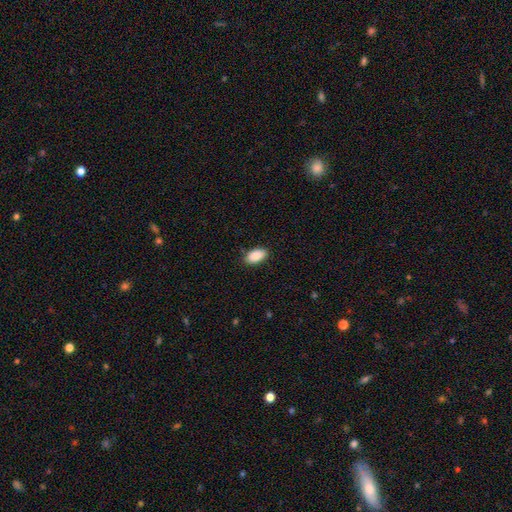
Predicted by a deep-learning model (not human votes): Smooth or featured? smooth (89%)
How rounded? in between (94%)
Merging? none (86%)